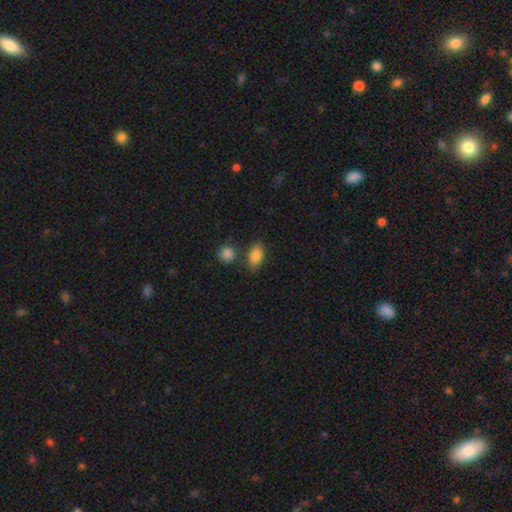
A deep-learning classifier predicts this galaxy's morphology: Smooth or featured? Predicted: smooth (p=0.84). How rounded? Predicted: in between (p=0.88). Merging? Predicted: none (p=0.74).